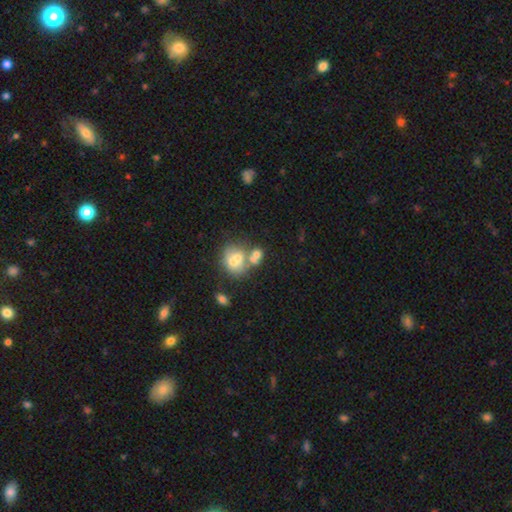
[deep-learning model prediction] This is likely a smooth galaxy (61%). How rounded: possibly round (55%). Merging: possibly merger (55%).